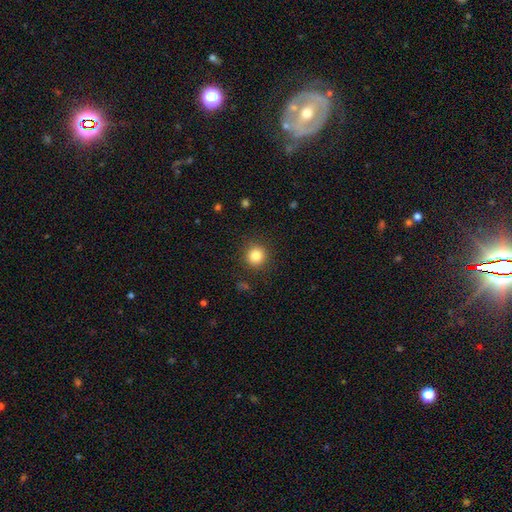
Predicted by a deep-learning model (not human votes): The model was most divided on "smooth or featured": smooth: 84%, star or artifact: 11%, featured or disk: 5%. More confident: how rounded — round (94%); merging — none (90%).